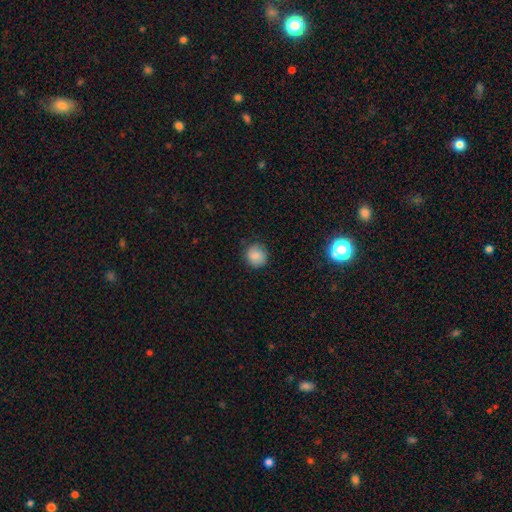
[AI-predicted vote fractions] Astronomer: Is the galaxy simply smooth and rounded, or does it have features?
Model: smooth — 83%.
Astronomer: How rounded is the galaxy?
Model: round — 89%.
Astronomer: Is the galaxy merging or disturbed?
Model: none — 83%.